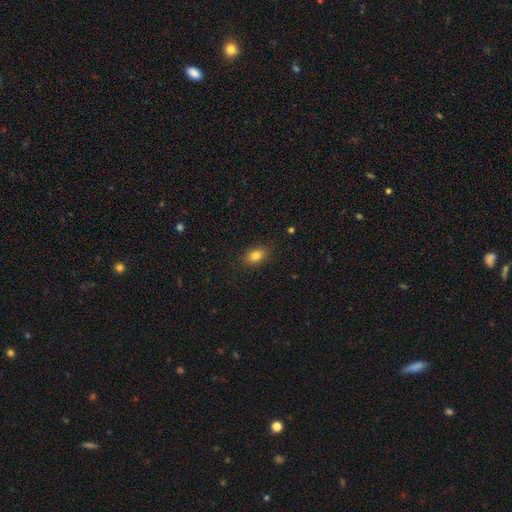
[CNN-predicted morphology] The model was most divided on "how rounded": in between: 81%, round: 17%, cigar-shaped: 2%. More confident: merging — none (86%); smooth or featured — smooth (83%).